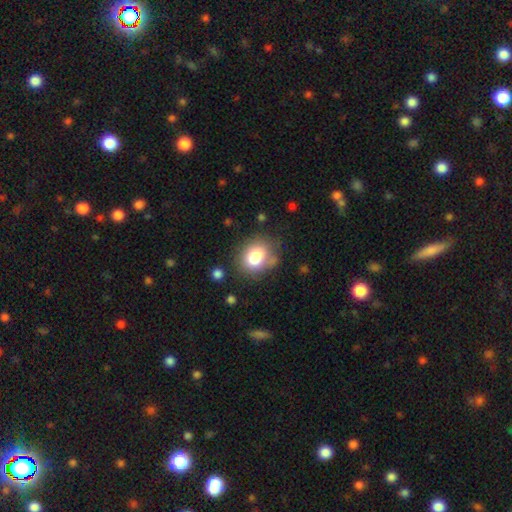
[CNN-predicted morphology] smooth_or_featured: smooth (p=0.78) [alt: featured or disk p=0.12]
how_rounded: in between (p=0.58) [alt: round p=0.41]
merging: none (p=0.56) [alt: minor disturbance p=0.23]